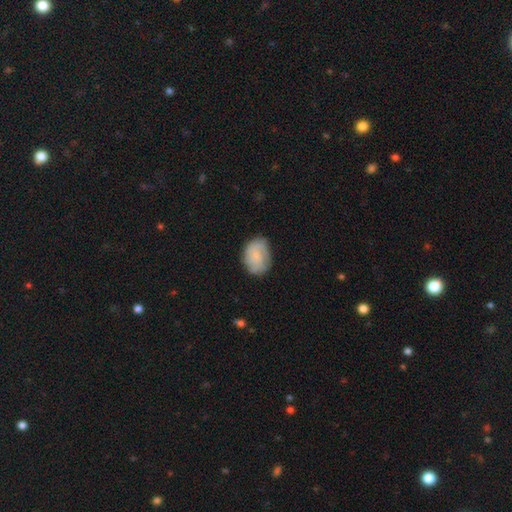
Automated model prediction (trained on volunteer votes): A smooth galaxy with no disk features (63%) that is in between round and cigar-shaped (69%).

Vote fractions:
- Smooth or featured? smooth: 63% / featured or disk: 30% / star or artifact: 8%
- How rounded? in between: 69% / round: 30% / cigar-shaped: 1%
- Merging? none: 68% / minor disturbance: 23% / major disturbance: 7% / merger: 1%